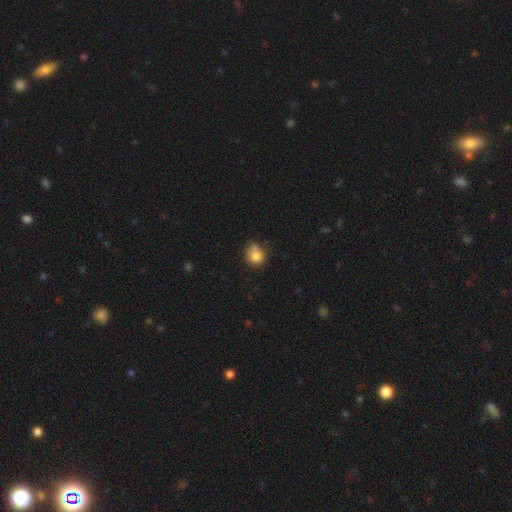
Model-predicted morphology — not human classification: The model was most divided on "merging": none: 53%, minor disturbance: 28%, merger: 11%, major disturbance: 7%. More confident: smooth or featured — smooth (82%); how rounded — round (77%).